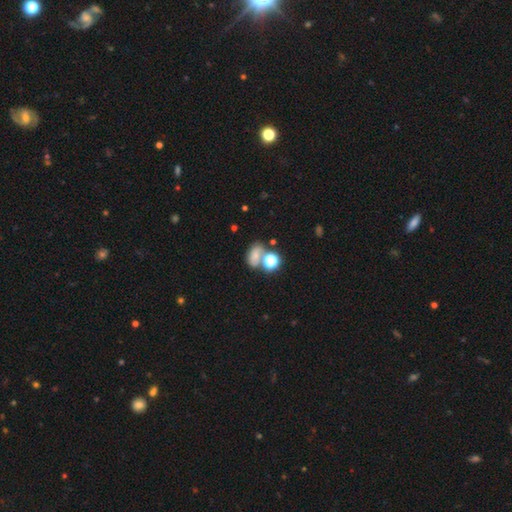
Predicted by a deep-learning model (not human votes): This is likely a smooth galaxy (66%). How rounded: likely in between (70%). Merging: marginally none (38%).